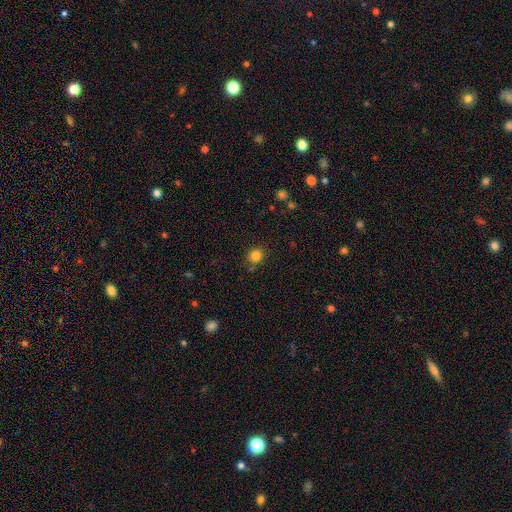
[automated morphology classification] Q: Smooth or featured?
A: smooth (83%); runner-up: star or artifact (12%)
Q: How rounded?
A: round (77%); runner-up: in between (22%)
Q: Merging?
A: none (79%); runner-up: minor disturbance (14%)